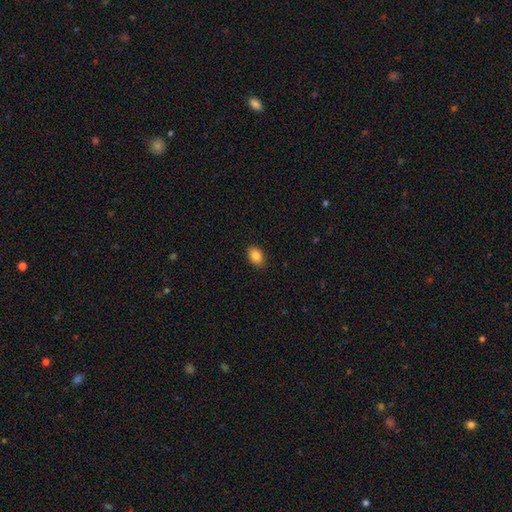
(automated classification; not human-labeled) Q: Smooth or featured?
A: smooth (86%); runner-up: star or artifact (8%)
Q: How rounded?
A: in between (86%); runner-up: round (13%)
Q: Merging?
A: none (87%); runner-up: minor disturbance (10%)